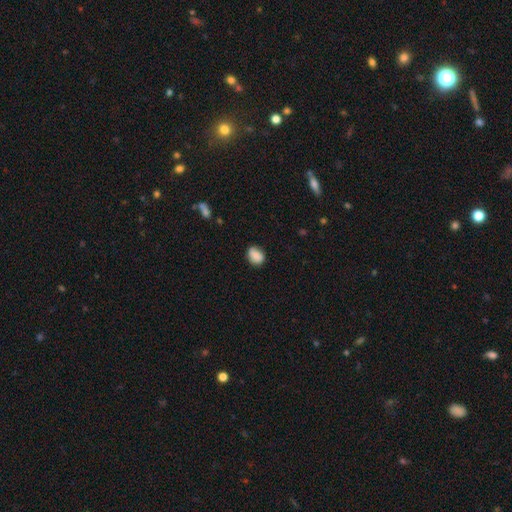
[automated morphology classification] smooth-or-featured: smooth: 85% | star or artifact: 8% | featured or disk: 7%
  how-rounded: in between: 64% | round: 35% | cigar-shaped: 1%
  merging: none: 70% | minor disturbance: 23% | major disturbance: 5% | merger: 2%